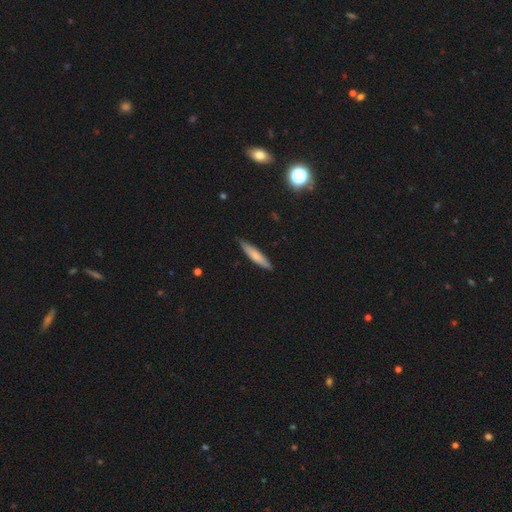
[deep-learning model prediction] Smooth or featured? smooth (73%)
How rounded? cigar-shaped (86%)
Merging? none (85%)